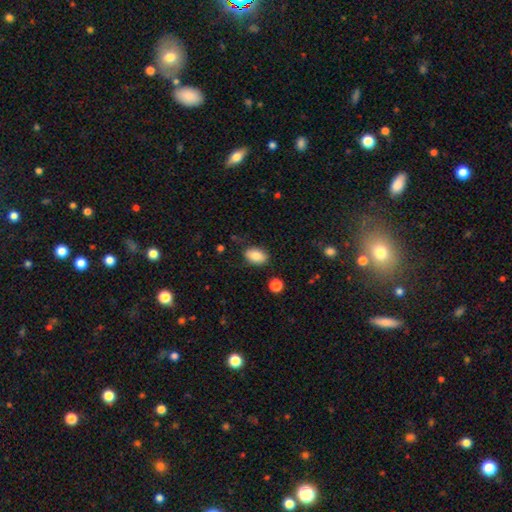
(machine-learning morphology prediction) type=smooth (84%); roundness=in between (88%); merging=none (83%).